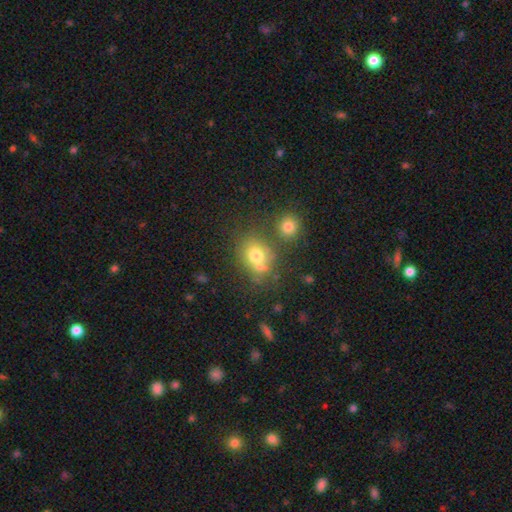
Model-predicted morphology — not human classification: Smooth or featured? smooth (70%)
How rounded? round (60%)
Merging? none (52%)